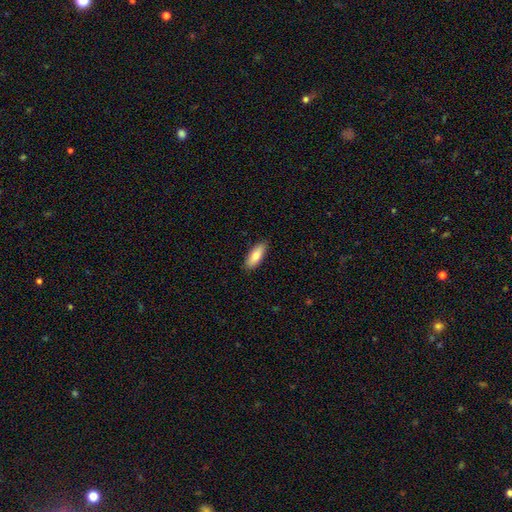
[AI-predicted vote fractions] Morphology: type=smooth (78%); roundness=in between (72%); merging=none (87%).